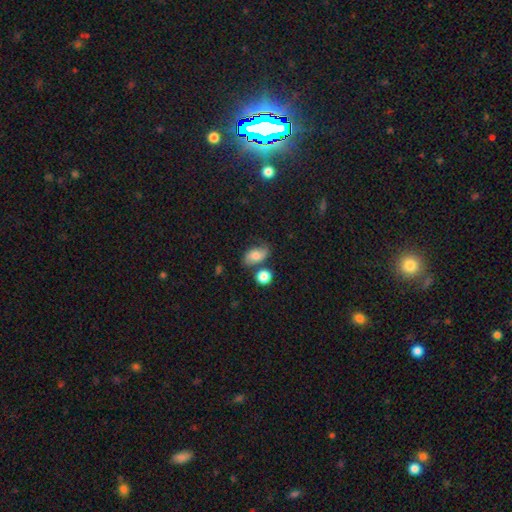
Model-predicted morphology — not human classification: type=smooth (66%); roundness=in between (83%); merging=none (61%).